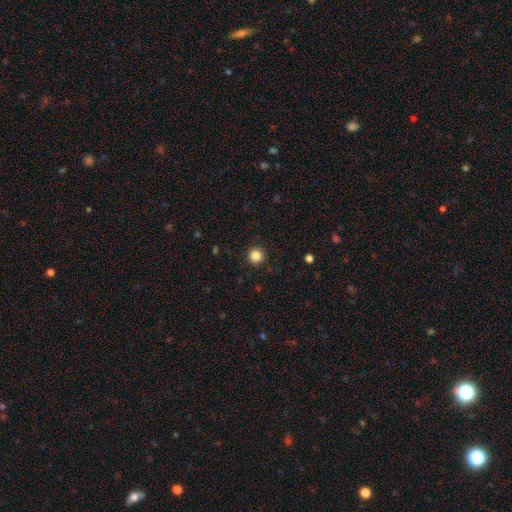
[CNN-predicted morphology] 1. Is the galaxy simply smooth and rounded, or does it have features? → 86% smooth, 11% star or artifact, 3% featured or disk.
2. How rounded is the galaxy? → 96% round, 3% in between, 1% cigar-shaped.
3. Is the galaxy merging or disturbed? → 92% none, 5% minor disturbance, 2% major disturbance, 1% merger.